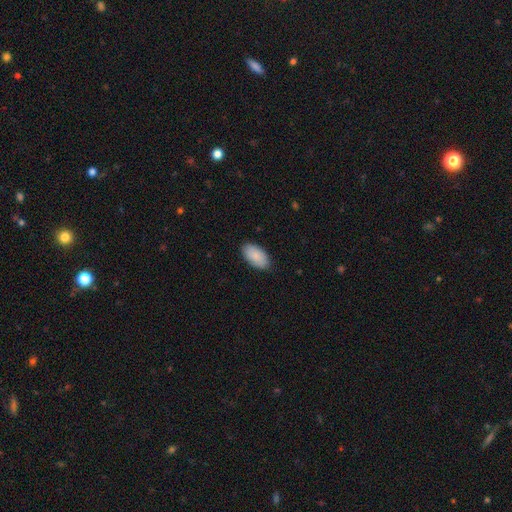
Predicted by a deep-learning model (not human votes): This appears to be a smooth galaxy with no disk features (88%) that is in between round and cigar-shaped (96%). Merging: none (88%).